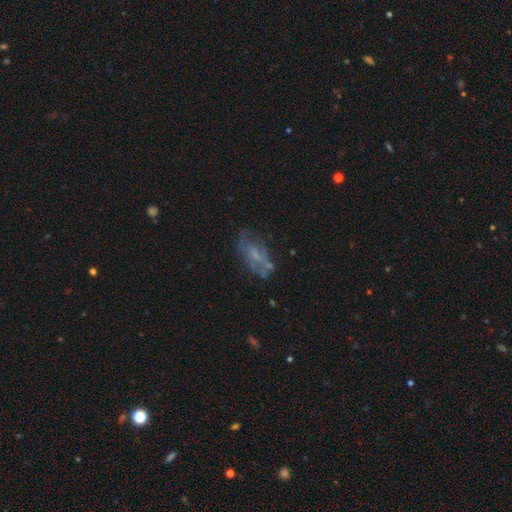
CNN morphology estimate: Smooth or featured? Predicted: featured or disk (p=0.54). Edge-on disk? Predicted: no (p=0.91). Merging? Predicted: none (p=0.55).